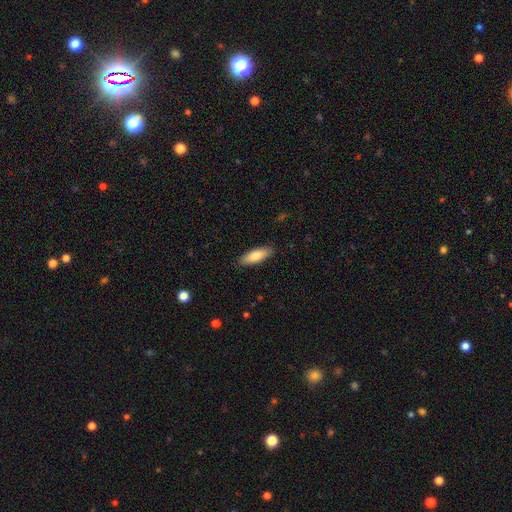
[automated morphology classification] Smooth or featured? smooth (81%)
How rounded? in between (56%)
Merging? none (88%)